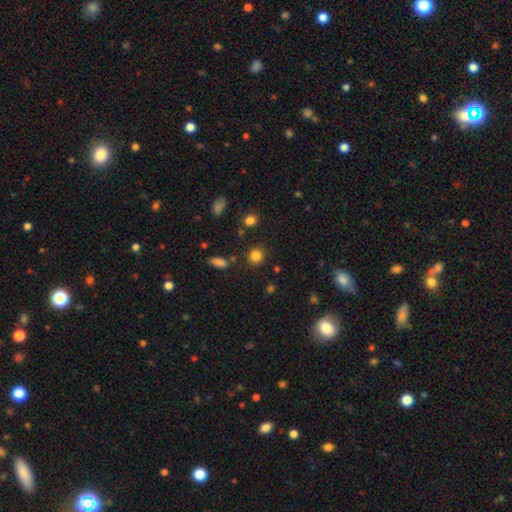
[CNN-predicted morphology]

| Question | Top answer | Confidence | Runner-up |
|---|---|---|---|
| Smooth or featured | smooth | 83% | star or artifact (13%) |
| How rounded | round | 86% | in between (13%) |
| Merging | none | 85% | minor disturbance (8%) |